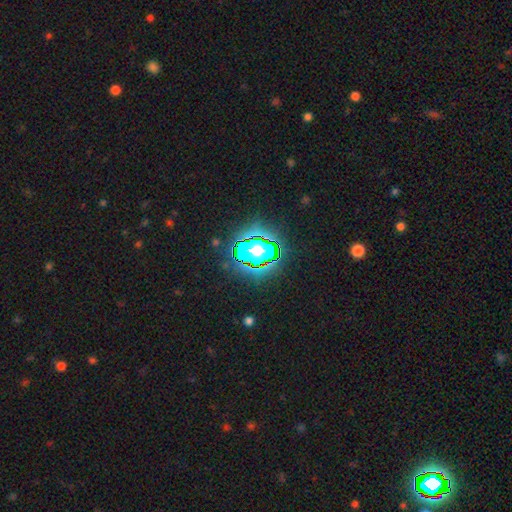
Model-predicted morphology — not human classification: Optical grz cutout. It shows a star or artifact, not a galaxy (81%).